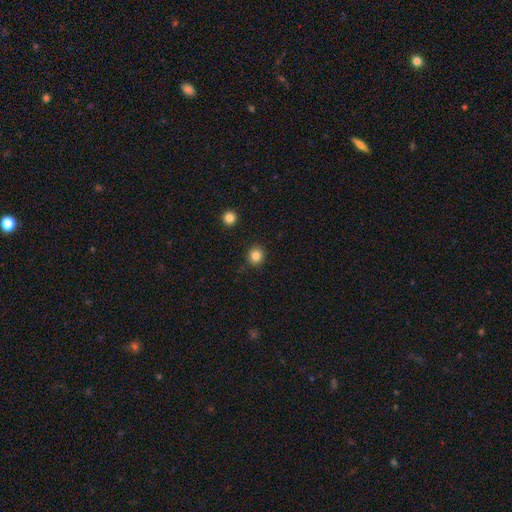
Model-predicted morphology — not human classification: Q: Smooth or featured?
A: smooth (85%); runner-up: star or artifact (11%)
Q: How rounded?
A: round (87%); runner-up: in between (12%)
Q: Merging?
A: none (90%); runner-up: minor disturbance (7%)